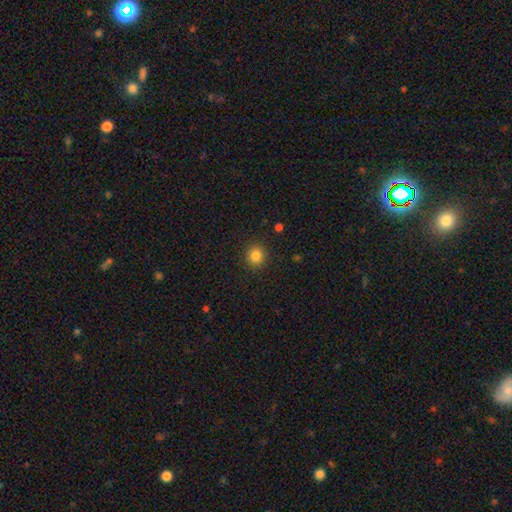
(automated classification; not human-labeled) Smooth or featured? smooth (84%)
How rounded? round (89%)
Merging? none (91%)